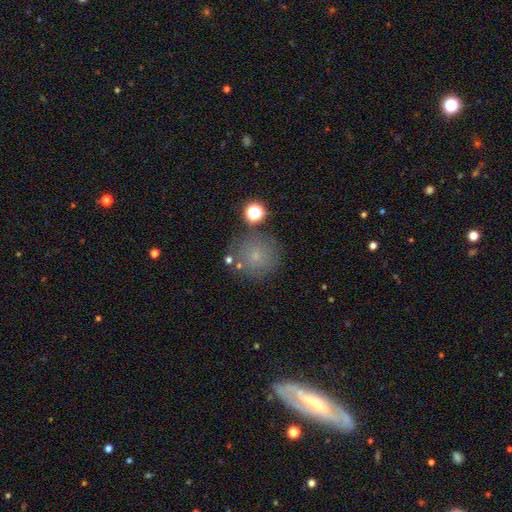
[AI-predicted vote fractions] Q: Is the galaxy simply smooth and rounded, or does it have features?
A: smooth — 65%.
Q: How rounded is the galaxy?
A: round — 93%.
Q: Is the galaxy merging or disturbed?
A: none — 77%.